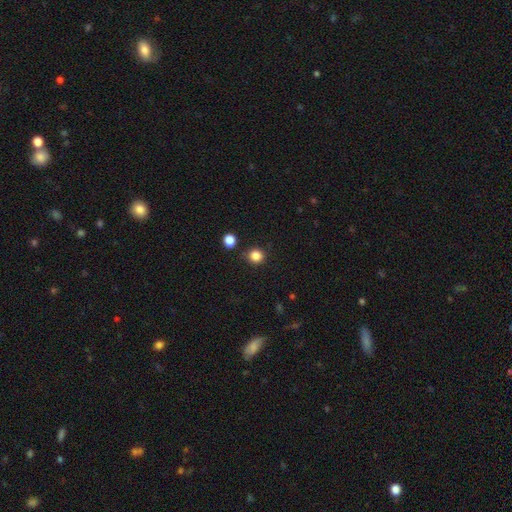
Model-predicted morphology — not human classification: type=smooth (84%); roundness=round (90%); merging=none (84%).